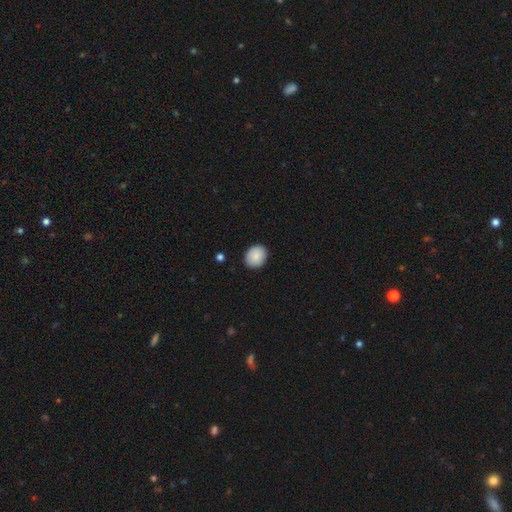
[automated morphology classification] Smooth or featured? Predicted: smooth (p=0.88). How rounded? Predicted: round (p=0.62). Merging? Predicted: none (p=0.89).